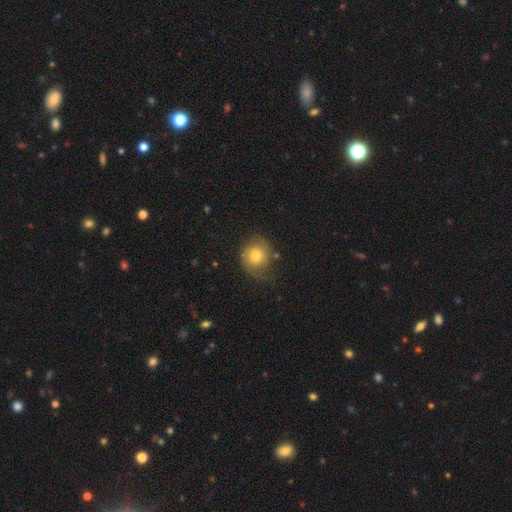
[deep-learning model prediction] Q: Smooth or featured?
A: smooth (67%); runner-up: featured or disk (25%)
Q: How rounded?
A: round (77%); runner-up: in between (22%)
Q: Merging?
A: none (55%); runner-up: minor disturbance (29%)